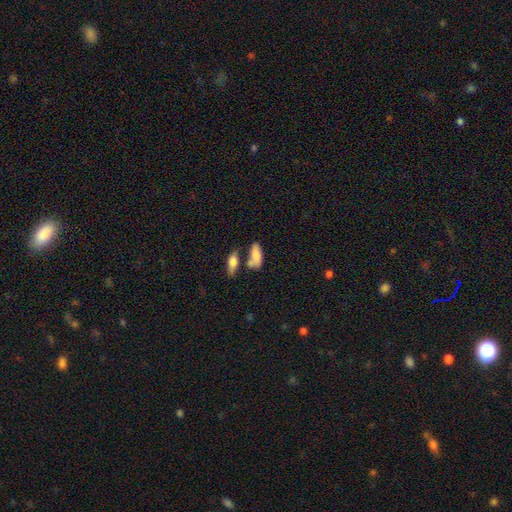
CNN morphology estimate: This appears to be a smooth galaxy with no disk features (78%) that is in between round and cigar-shaped (80%). Merging: none (38%).